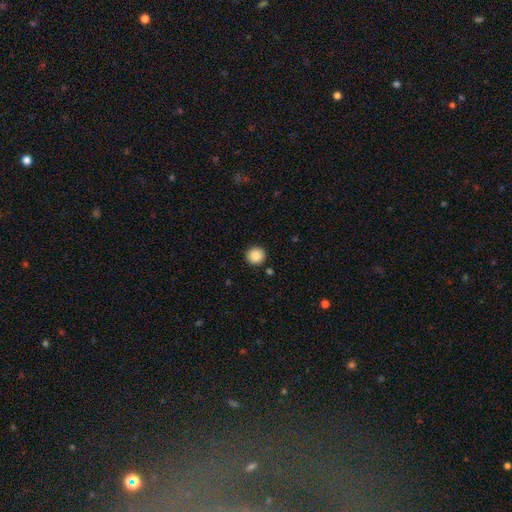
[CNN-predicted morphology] A smooth galaxy with no disk features (87%) that is round (95%).

Vote fractions:
- Smooth or featured? smooth: 87% / star or artifact: 9% / featured or disk: 4%
- How rounded? round: 95% / in between: 4% / cigar-shaped: 1%
- Merging? none: 91% / minor disturbance: 5% / merger: 2% / major disturbance: 2%